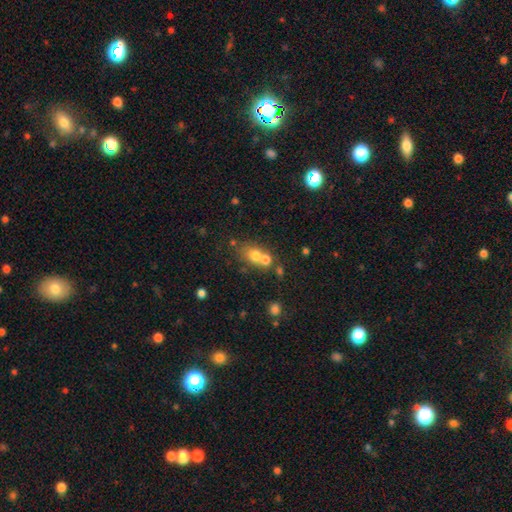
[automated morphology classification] Smooth or featured? Predicted: smooth (p=0.69). How rounded? Predicted: round (p=0.51). Merging? Predicted: merger (p=0.52).